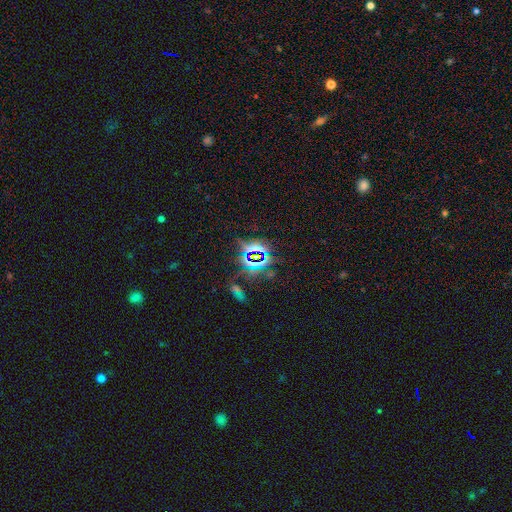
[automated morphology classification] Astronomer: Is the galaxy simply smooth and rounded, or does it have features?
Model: star or artifact — 76%.